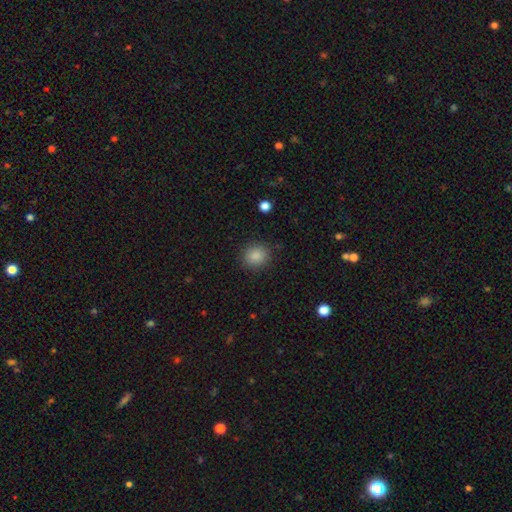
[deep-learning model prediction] A smooth galaxy with no disk features (87%) that is round (83%).

Vote fractions:
- Smooth or featured? smooth: 87% / star or artifact: 10% / featured or disk: 3%
- How rounded? round: 83% / in between: 16% / cigar-shaped: 1%
- Merging? none: 88% / minor disturbance: 8% / major disturbance: 3% / merger: 1%